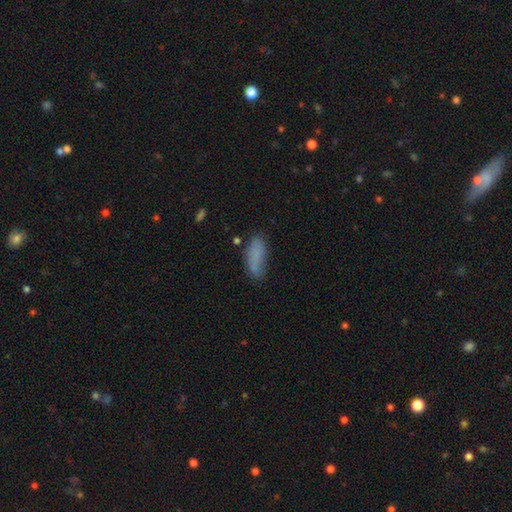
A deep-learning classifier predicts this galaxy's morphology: A smooth galaxy with no disk features (79%) that is in between round and cigar-shaped (71%).

Vote fractions:
- Smooth or featured? smooth: 79% / featured or disk: 12% / star or artifact: 9%
- How rounded? in between: 71% / cigar-shaped: 27% / round: 2%
- Merging? none: 61% / minor disturbance: 25% / major disturbance: 10% / merger: 5%